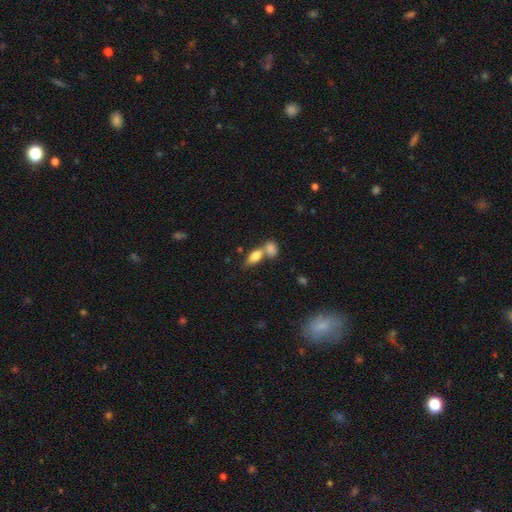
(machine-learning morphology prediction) A smooth galaxy with no disk features (77%) that is in between round and cigar-shaped (82%).

Vote fractions:
- Smooth or featured? smooth: 77% / featured or disk: 15% / star or artifact: 8%
- How rounded? in between: 82% / cigar-shaped: 11% / round: 7%
- Merging? merger: 50% / none: 37% / minor disturbance: 9% / major disturbance: 4%